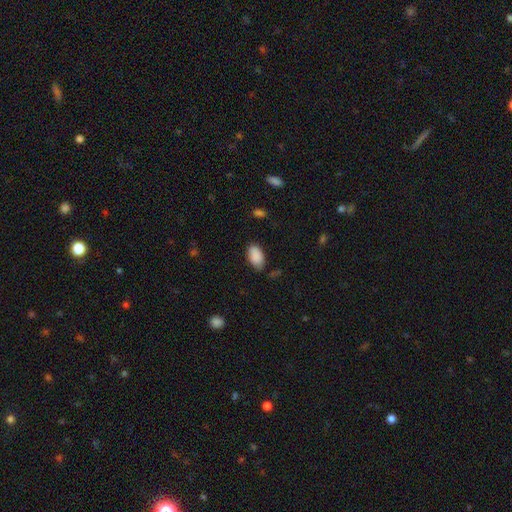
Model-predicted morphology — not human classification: Q: Smooth or featured?
A: smooth (89%); runner-up: star or artifact (7%)
Q: How rounded?
A: in between (94%); runner-up: round (4%)
Q: Merging?
A: none (73%); runner-up: minor disturbance (21%)